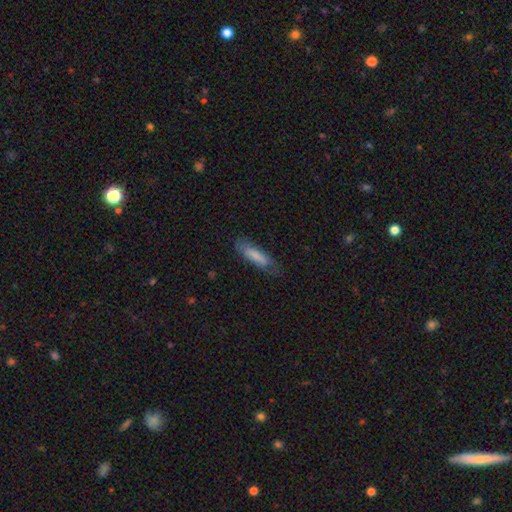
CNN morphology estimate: A smooth galaxy with no disk features (79%) that is cigar-shaped (64%).

Vote fractions:
- Smooth or featured? smooth: 79% / featured or disk: 15% / star or artifact: 6%
- How rounded? cigar-shaped: 64% / in between: 35% / round: 1%
- Merging? none: 72% / minor disturbance: 20% / major disturbance: 6% / merger: 1%